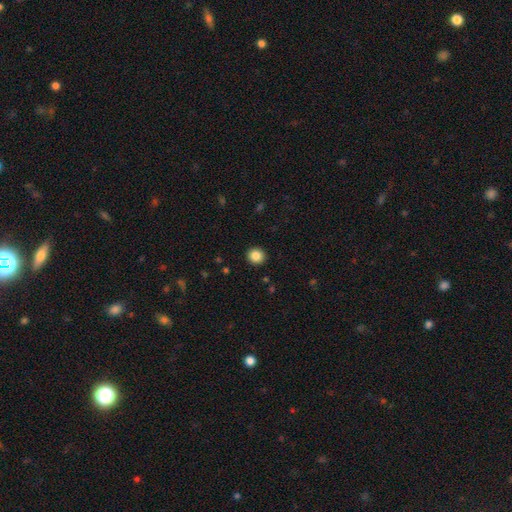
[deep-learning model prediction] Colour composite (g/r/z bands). It shows a smooth galaxy with no disk features (86%) that is round (89%). Merging: none (92%).